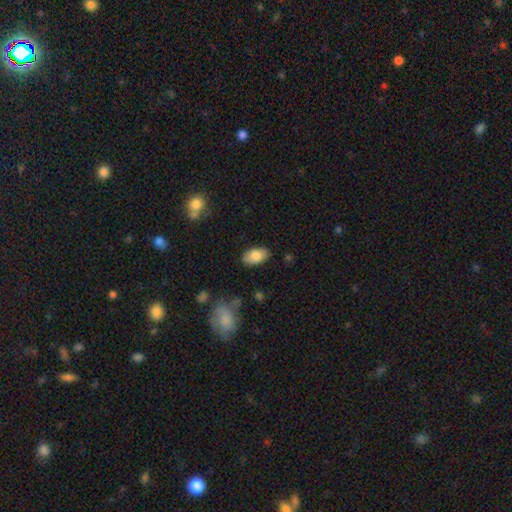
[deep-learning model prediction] Q: Smooth or featured?
A: smooth (81%); runner-up: featured or disk (12%)
Q: How rounded?
A: in between (94%); runner-up: round (5%)
Q: Merging?
A: none (83%); runner-up: minor disturbance (13%)